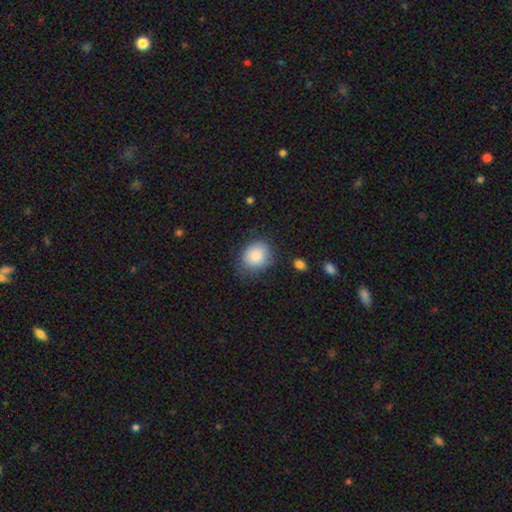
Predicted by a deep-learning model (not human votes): Q: Smooth or featured?
A: smooth (87%); runner-up: star or artifact (7%)
Q: How rounded?
A: round (61%); runner-up: in between (38%)
Q: Merging?
A: none (70%); runner-up: minor disturbance (22%)